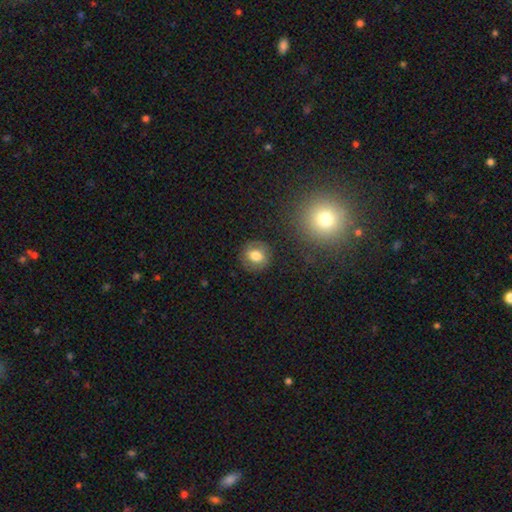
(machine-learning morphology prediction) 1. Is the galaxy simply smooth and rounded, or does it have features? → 72% smooth, 19% featured or disk, 10% star or artifact.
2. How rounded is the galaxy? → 73% round, 26% in between, 1% cigar-shaped.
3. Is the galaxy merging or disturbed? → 85% none, 10% minor disturbance, 3% major disturbance, 2% merger.